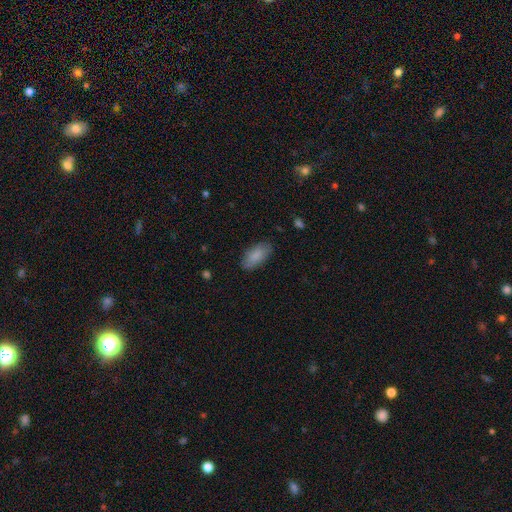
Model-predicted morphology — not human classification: smooth_or_featured: smooth (p=0.86) [alt: featured or disk p=0.08]
how_rounded: in between (p=0.90) [alt: cigar-shaped p=0.08]
merging: none (p=0.84) [alt: minor disturbance p=0.12]